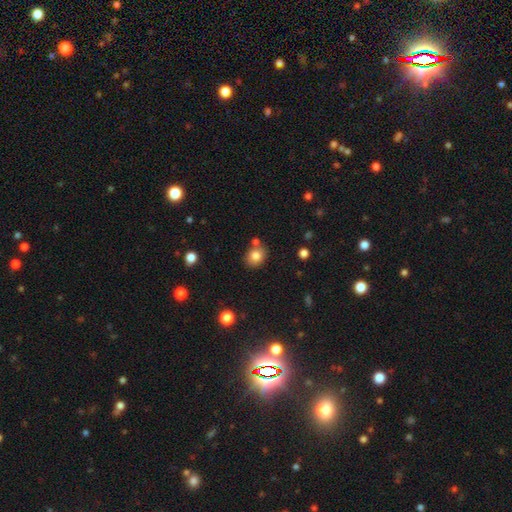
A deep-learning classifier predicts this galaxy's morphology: A smooth galaxy with no disk features (81%) that is round (64%).

Vote fractions:
- Smooth or featured? smooth: 81% / star or artifact: 11% / featured or disk: 9%
- How rounded? round: 64% / in between: 35% / cigar-shaped: 1%
- Merging? none: 73% / merger: 13% / minor disturbance: 11% / major disturbance: 3%